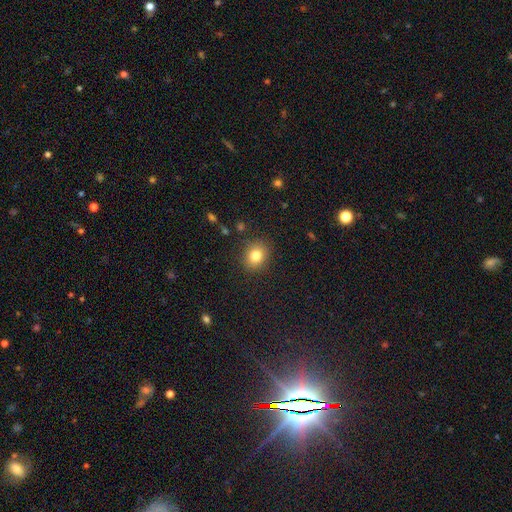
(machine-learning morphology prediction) Overall: smooth (81%). How rounded: round (59%; in between 40%). Merging: none (87%).